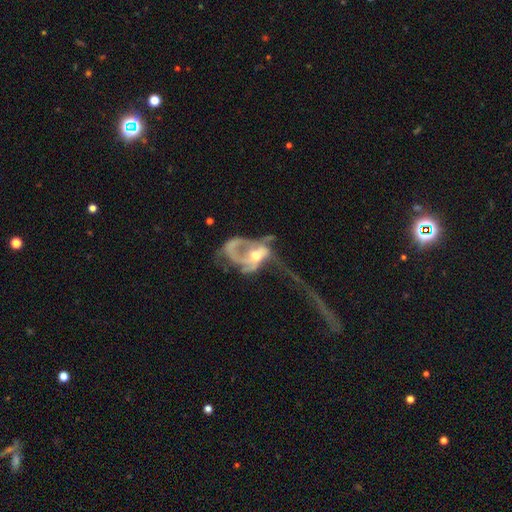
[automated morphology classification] Q: Smooth or featured?
A: featured or disk (79%); runner-up: smooth (13%)
Q: Edge-on disk?
A: no (96%); runner-up: yes (4%)
Q: Bar?
A: no (65%); runner-up: weak (26%)
Q: Spiral arms?
A: yes (69%); runner-up: no (31%)
Q: Spiral winding?
A: loose (48%); runner-up: medium (35%)
Q: Spiral arm count?
A: 2 (37%); runner-up: can't tell (28%)
Q: Bulge size?
A: moderate (66%); runner-up: small (19%)
Q: Merging?
A: major disturbance (60%); runner-up: merger (18%)